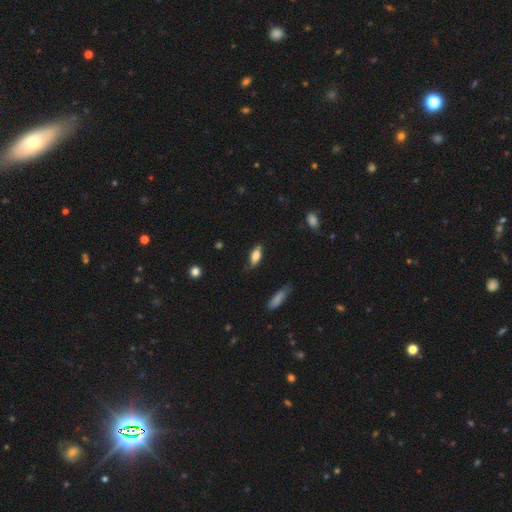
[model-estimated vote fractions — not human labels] A smooth galaxy with no disk features (78%) that is in between round and cigar-shaped (78%).

Vote fractions:
- Smooth or featured? smooth: 78% / featured or disk: 15% / star or artifact: 7%
- How rounded? in between: 78% / cigar-shaped: 19% / round: 3%
- Merging? none: 72% / minor disturbance: 22% / major disturbance: 5% / merger: 2%